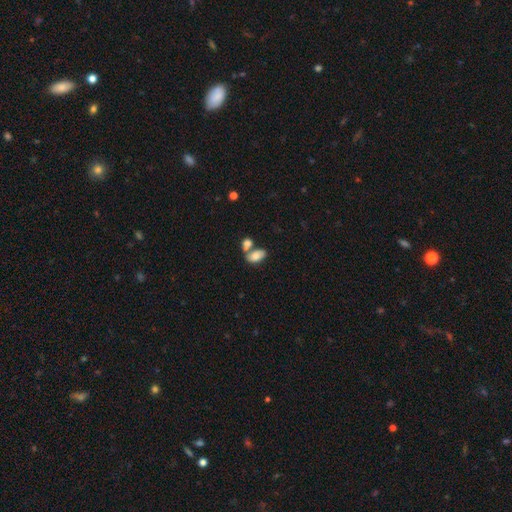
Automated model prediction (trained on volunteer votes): smooth 79%, featured or disk 14%, star or artifact 8%. Down the decision tree: how rounded — in between (92%); merging — merger (49%).